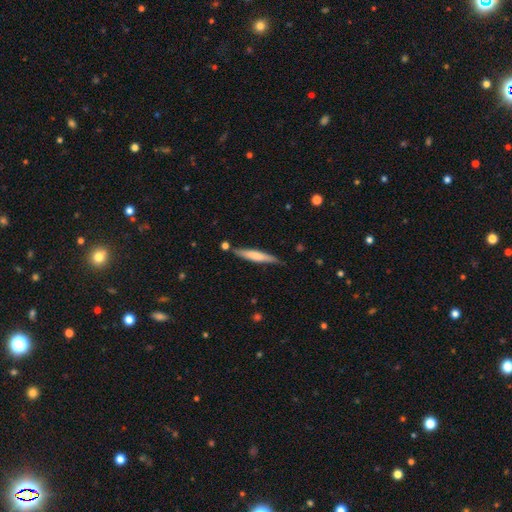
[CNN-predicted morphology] Q: Smooth or featured?
A: smooth (62%); runner-up: featured or disk (33%)
Q: How rounded?
A: cigar-shaped (91%); runner-up: in between (8%)
Q: Merging?
A: none (79%); runner-up: minor disturbance (14%)